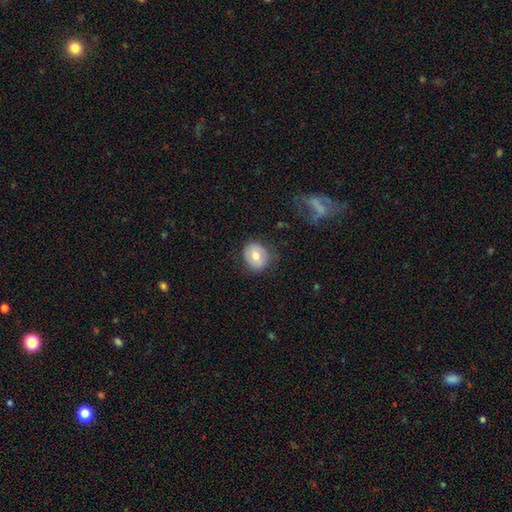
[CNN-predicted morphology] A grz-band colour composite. It shows a smooth galaxy with no disk features (68%) that is round (65%). Merging: none (75%).